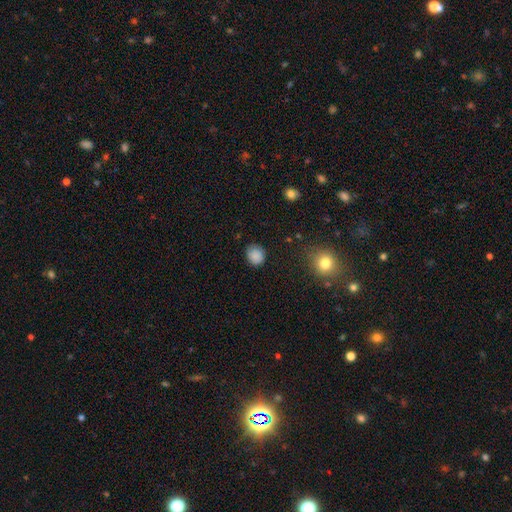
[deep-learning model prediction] Smooth or featured?
  - smooth: 86% *
  - star or artifact: 10%
  - featured or disk: 4%
How rounded?
  - round: 73% *
  - in between: 26%
  - cigar-shaped: 1%
Merging?
  - none: 80% *
  - minor disturbance: 15%
  - major disturbance: 3%
  - merger: 1%